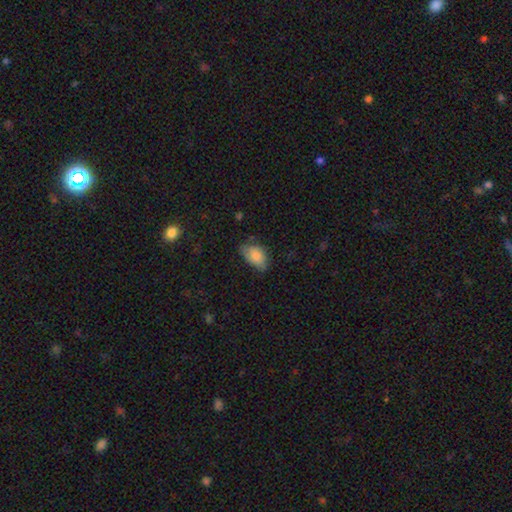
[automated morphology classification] Smooth or featured: smooth — 81% (featured or disk — 11%)
How rounded: in between — 89% (round — 9%)
Merging: none — 55% (minor disturbance — 34%)